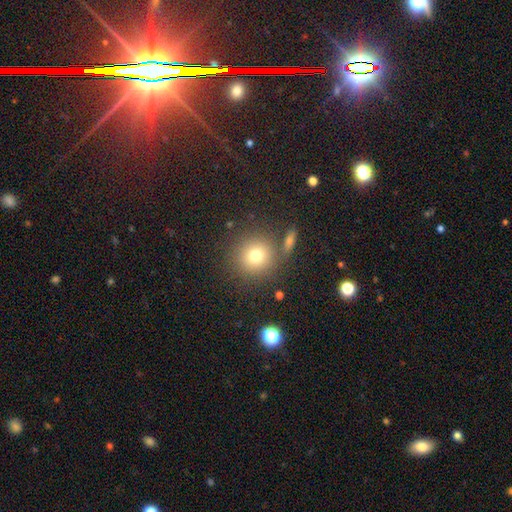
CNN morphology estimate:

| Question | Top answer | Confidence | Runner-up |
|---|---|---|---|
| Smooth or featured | smooth | 75% | star or artifact (14%) |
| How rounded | round | 91% | in between (8%) |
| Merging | none | 79% | merger (9%) |